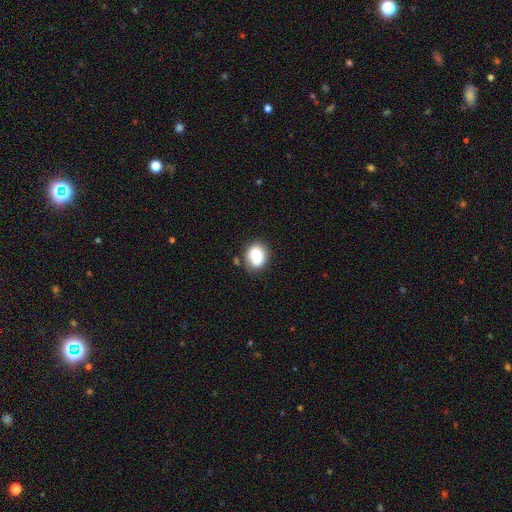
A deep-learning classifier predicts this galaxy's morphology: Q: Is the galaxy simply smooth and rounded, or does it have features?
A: smooth — 85%.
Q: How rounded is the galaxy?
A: in between — 53%.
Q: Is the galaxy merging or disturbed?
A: none — 75%.